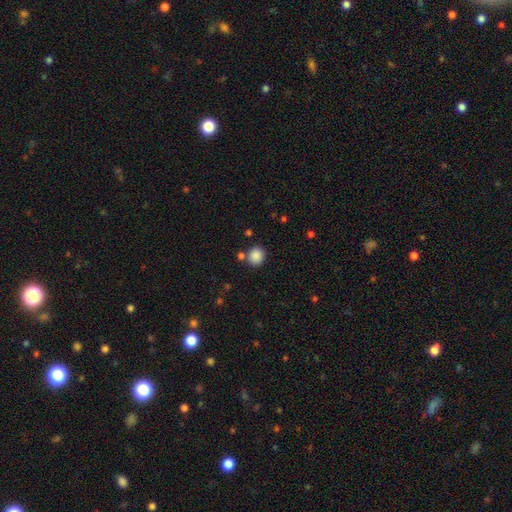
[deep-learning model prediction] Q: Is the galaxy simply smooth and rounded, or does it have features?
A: smooth — 87%.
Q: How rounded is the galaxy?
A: round — 81%.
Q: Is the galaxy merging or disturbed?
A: none — 79%.